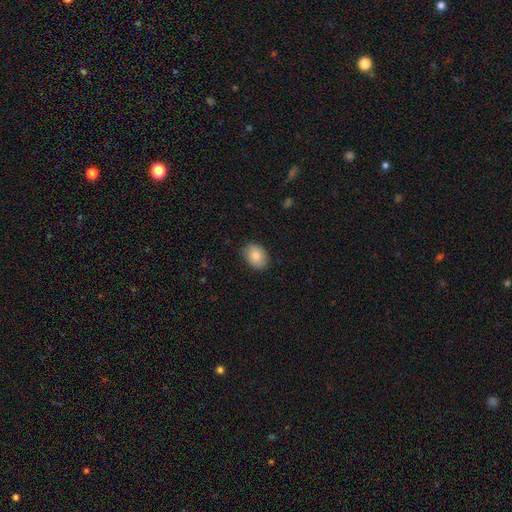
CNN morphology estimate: smooth_or_featured: smooth (p=0.86) [alt: star or artifact p=0.07]
how_rounded: in between (p=0.76) [alt: round p=0.23]
merging: none (p=0.84) [alt: minor disturbance p=0.12]